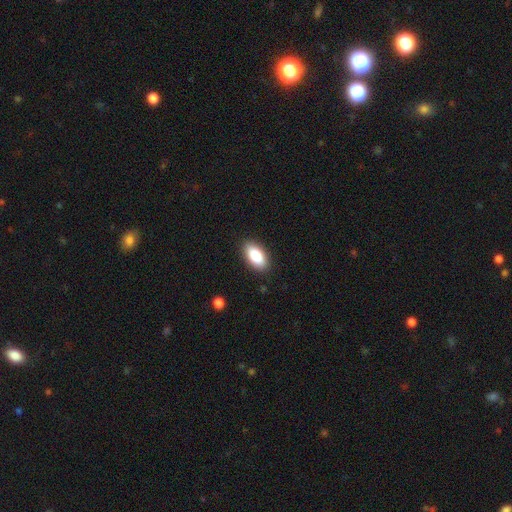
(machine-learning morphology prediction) type=smooth (86%); roundness=in between (92%); merging=none (88%).